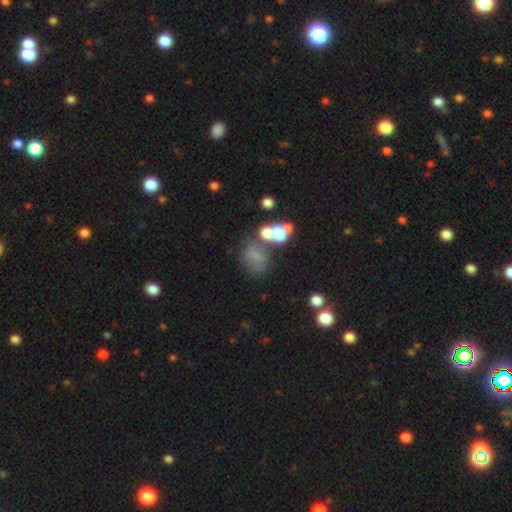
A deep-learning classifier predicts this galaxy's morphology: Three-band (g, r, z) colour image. It shows a smooth galaxy with no disk features (53%) that is in between round and cigar-shaped (54%). Merging: none (47%).